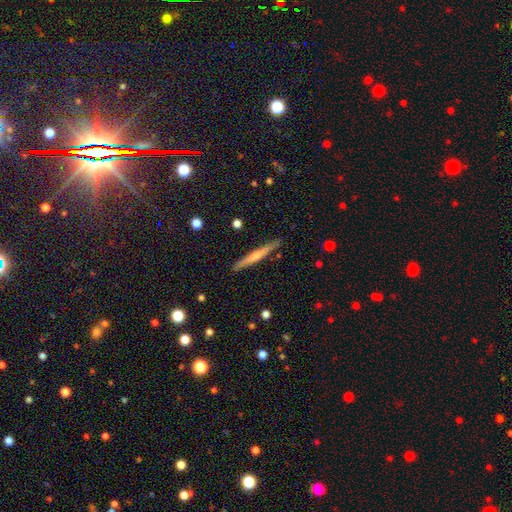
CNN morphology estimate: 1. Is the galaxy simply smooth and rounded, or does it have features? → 64% featured or disk, 27% smooth, 9% star or artifact.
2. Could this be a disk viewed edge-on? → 97% yes, 3% no.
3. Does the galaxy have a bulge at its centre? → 68% rounded, 25% none, 7% boxy.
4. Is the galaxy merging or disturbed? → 91% none, 7% minor disturbance, 1% major disturbance, 1% merger.